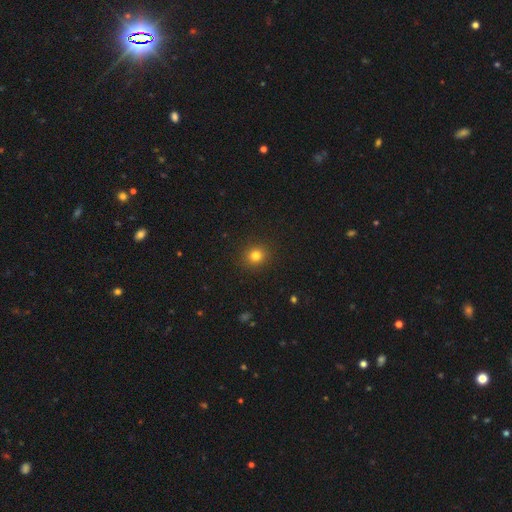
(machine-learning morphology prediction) Smooth or featured?
  - smooth: 80% *
  - star or artifact: 14%
  - featured or disk: 6%
How rounded?
  - round: 85% *
  - in between: 14%
  - cigar-shaped: 1%
Merging?
  - none: 91% *
  - minor disturbance: 6%
  - major disturbance: 2%
  - merger: 1%